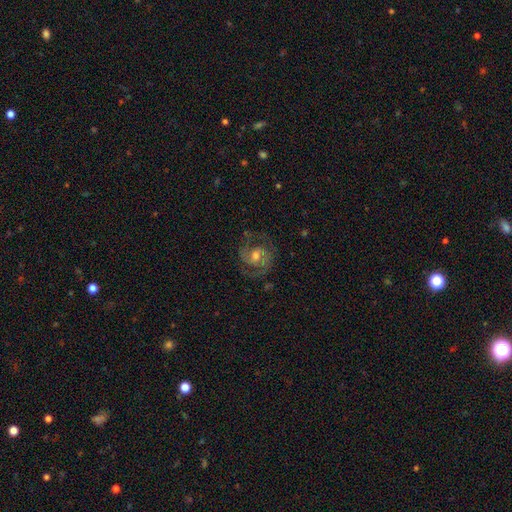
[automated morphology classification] This appears to be a featured or disk galaxy (85%) with a weak bar (45%), 2 (87%) medium (53%) spiral arms (96%) and a moderate central bulge (64%). Merging: none (73%).